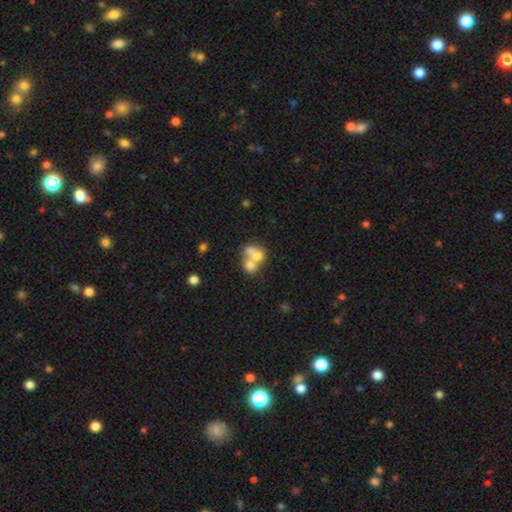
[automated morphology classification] Smooth or featured?
  - smooth: 62% *
  - featured or disk: 27%
  - star or artifact: 11%
How rounded?
  - round: 64% *
  - in between: 35%
  - cigar-shaped: 1%
Merging?
  - merger: 68% *
  - none: 23%
  - minor disturbance: 6%
  - major disturbance: 4%